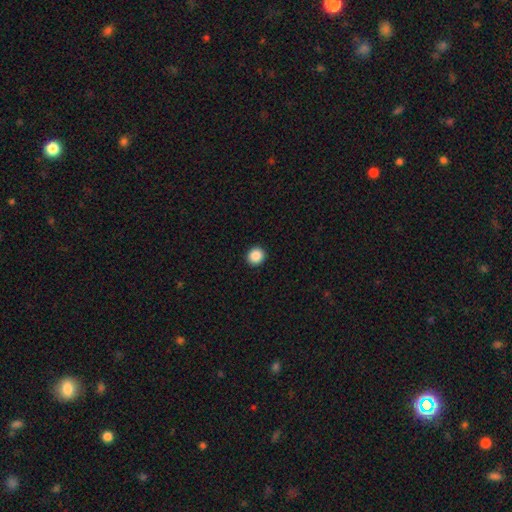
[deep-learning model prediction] smooth 88%, star or artifact 10%, featured or disk 3%. Down the decision tree: how rounded — round (91%); merging — none (93%).